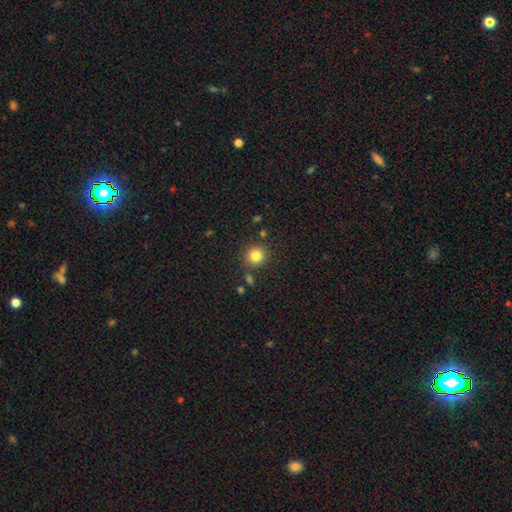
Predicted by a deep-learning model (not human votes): This appears to be a smooth galaxy with no disk features (83%) that is round (91%). Merging: none (84%).